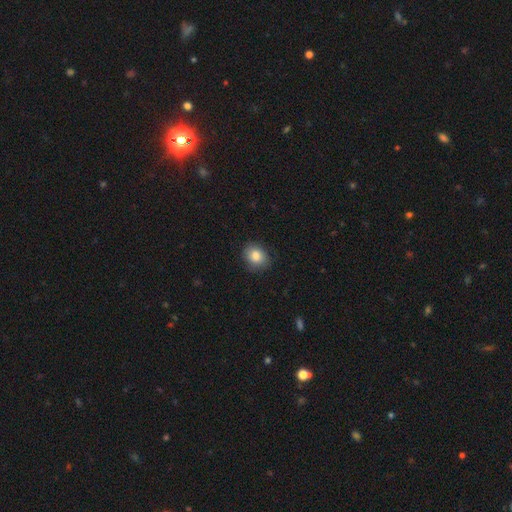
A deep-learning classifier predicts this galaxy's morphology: Smooth or featured? Predicted: smooth (p=0.84). How rounded? Predicted: round (p=0.56). Merging? Predicted: none (p=0.85).